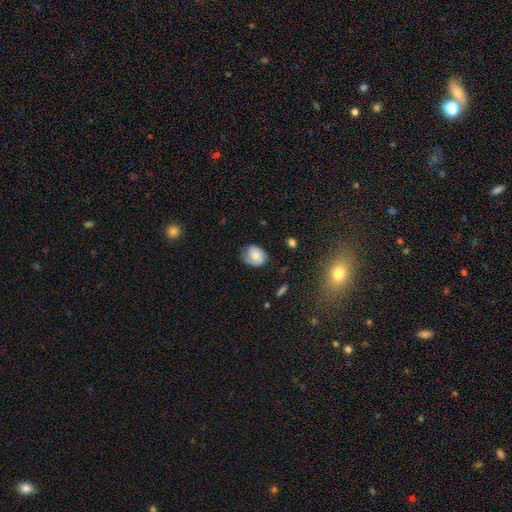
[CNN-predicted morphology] type=smooth (67%); roundness=in between (52%); merging=none (64%).